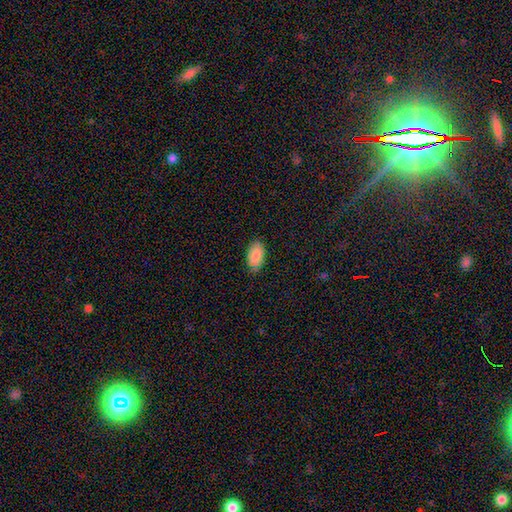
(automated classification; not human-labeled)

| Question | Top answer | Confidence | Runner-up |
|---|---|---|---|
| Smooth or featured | smooth | 87% | featured or disk (7%) |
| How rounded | in between | 95% | round (3%) |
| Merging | none | 82% | minor disturbance (15%) |